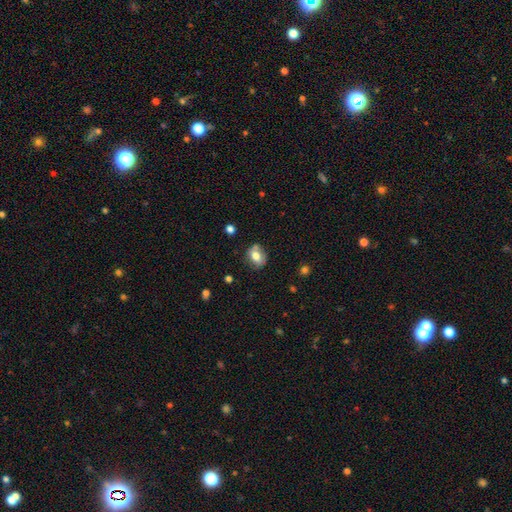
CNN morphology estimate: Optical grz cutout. It shows a smooth galaxy with no disk features (70%) that is round (50%). Merging: none (65%).